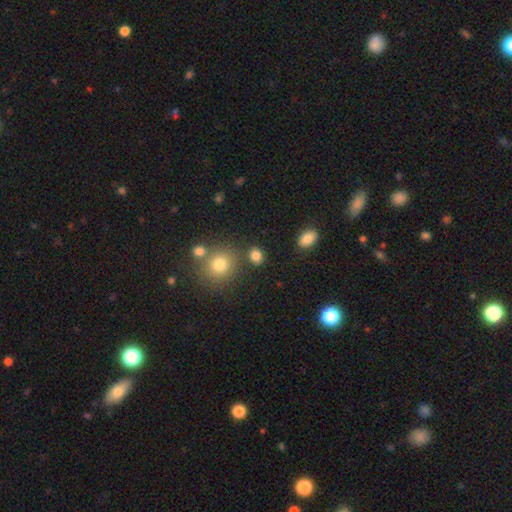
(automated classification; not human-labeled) Morphology: type=smooth (81%); roundness=round (59%); merging=none (75%).